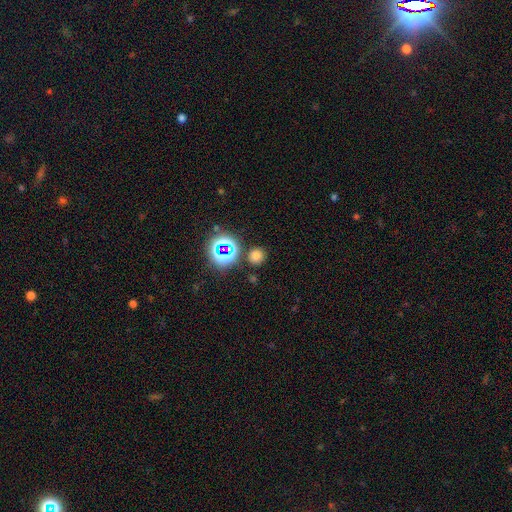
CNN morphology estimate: Smooth or featured? smooth (68%)
How rounded? round (88%)
Merging? none (83%)